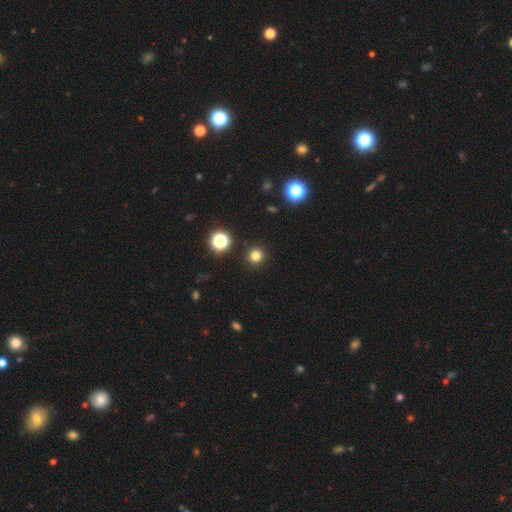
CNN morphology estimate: type=smooth (79%); roundness=round (94%); merging=none (92%).